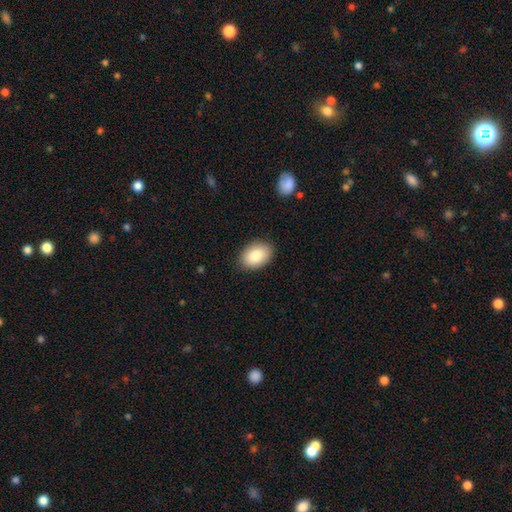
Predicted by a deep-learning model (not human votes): Smooth or featured?
  - smooth: 87% *
  - featured or disk: 7%
  - star or artifact: 6%
How rounded?
  - in between: 87% *
  - round: 12%
  - cigar-shaped: 1%
Merging?
  - none: 88% *
  - minor disturbance: 9%
  - major disturbance: 2%
  - merger: 1%